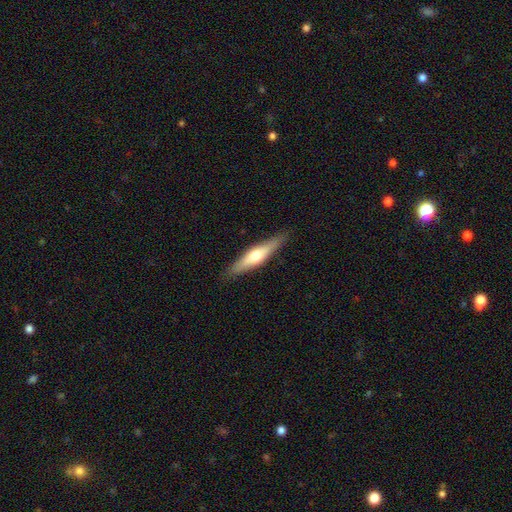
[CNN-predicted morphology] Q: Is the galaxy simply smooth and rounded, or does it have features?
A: featured or disk — 52%.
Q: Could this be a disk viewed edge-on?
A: yes — 92%.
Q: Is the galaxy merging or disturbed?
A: none — 88%.